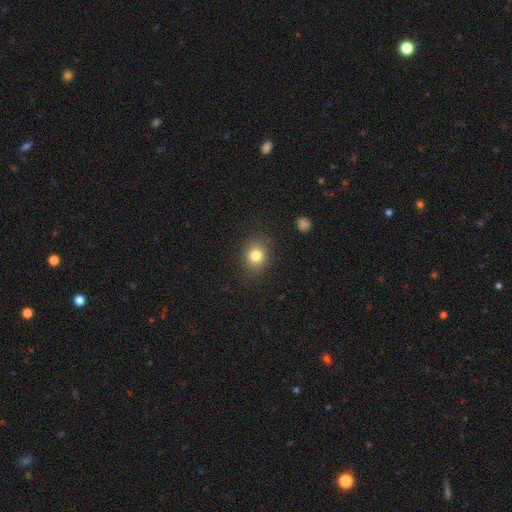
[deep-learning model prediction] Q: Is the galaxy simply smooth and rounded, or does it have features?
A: smooth — 81%.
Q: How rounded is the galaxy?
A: round — 66%.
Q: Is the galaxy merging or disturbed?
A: none — 85%.